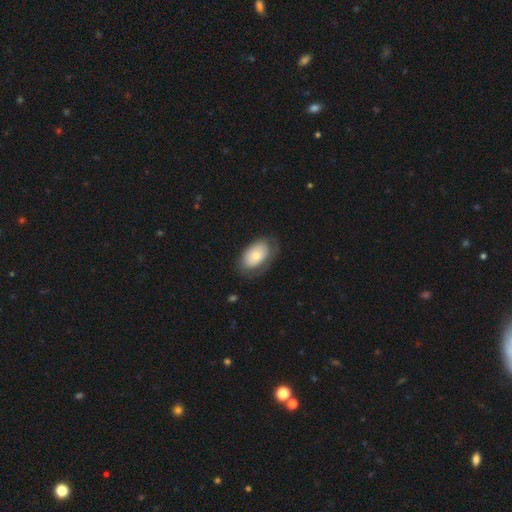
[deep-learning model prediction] The model was most divided on "smooth or featured": smooth: 71%, featured or disk: 23%, star or artifact: 6%. More confident: how rounded — in between (91%); merging — none (69%).